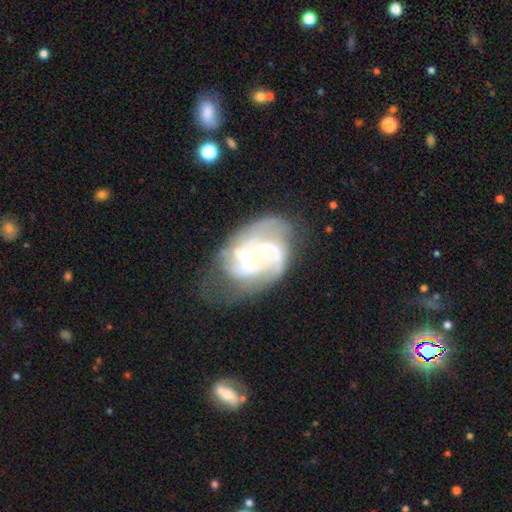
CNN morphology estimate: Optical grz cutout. It shows a featured or disk galaxy (87%) with no bar (56%), 2 (39%) medium (45%) spiral arms (96%) and a small central bulge (68%). Merging: none (54%).